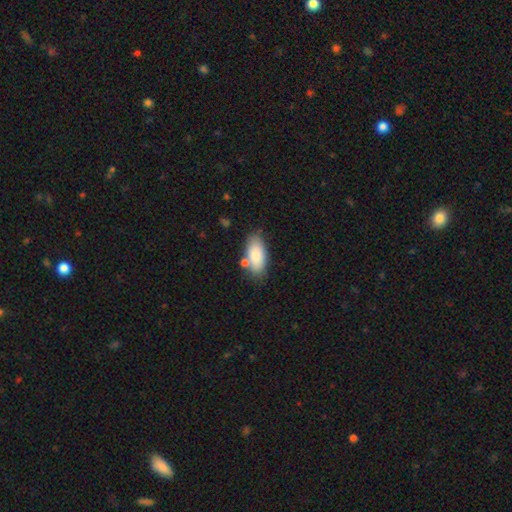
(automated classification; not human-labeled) Overall: smooth (82%). How rounded: in between (91%). Merging: none (70%).